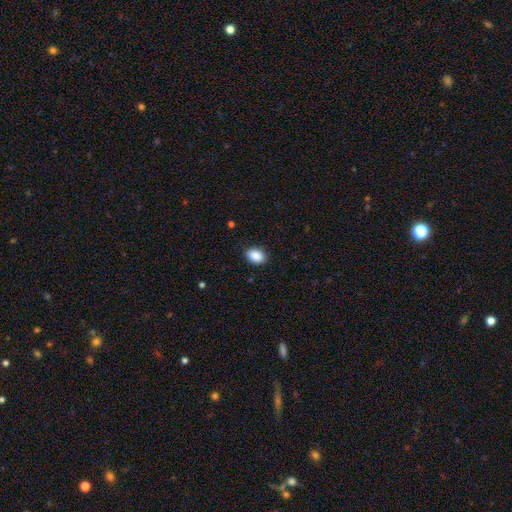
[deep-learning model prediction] Smooth or featured?
  - smooth: 90% *
  - star or artifact: 8%
  - featured or disk: 3%
How rounded?
  - in between: 77% *
  - round: 22%
  - cigar-shaped: 1%
Merging?
  - none: 87% *
  - minor disturbance: 10%
  - major disturbance: 2%
  - merger: 1%